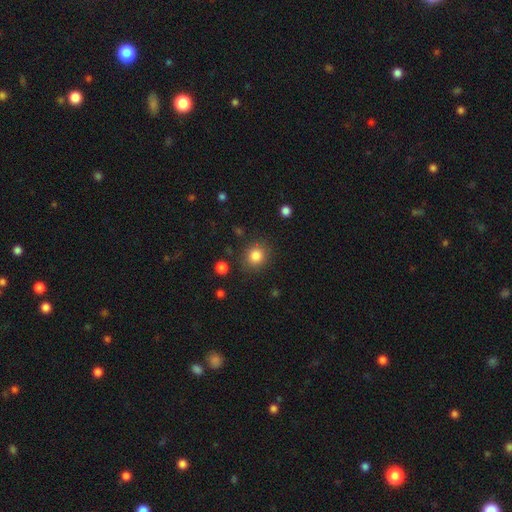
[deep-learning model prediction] A smooth galaxy with no disk features (84%) that is round (78%). Merging: none (85%).